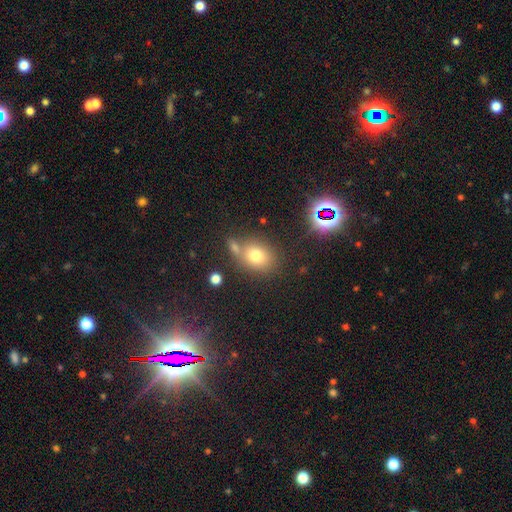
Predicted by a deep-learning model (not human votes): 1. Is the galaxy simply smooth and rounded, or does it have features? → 74% smooth, 14% star or artifact, 12% featured or disk.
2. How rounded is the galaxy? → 50% round, 49% in between, 1% cigar-shaped.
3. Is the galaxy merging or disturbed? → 63% none, 18% merger, 14% minor disturbance, 6% major disturbance.